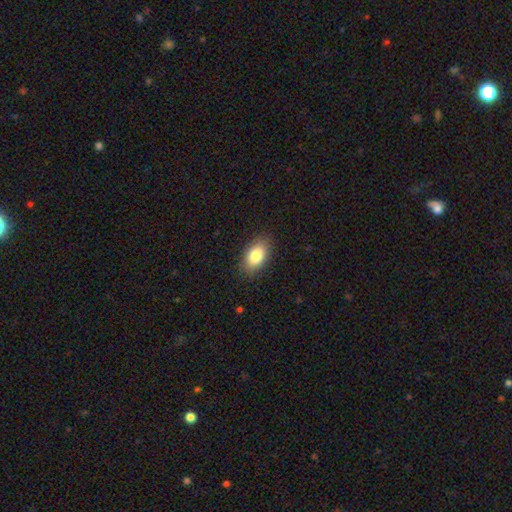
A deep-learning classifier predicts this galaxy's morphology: Overall: smooth (85%). How rounded: in between (92%). Merging: none (87%).